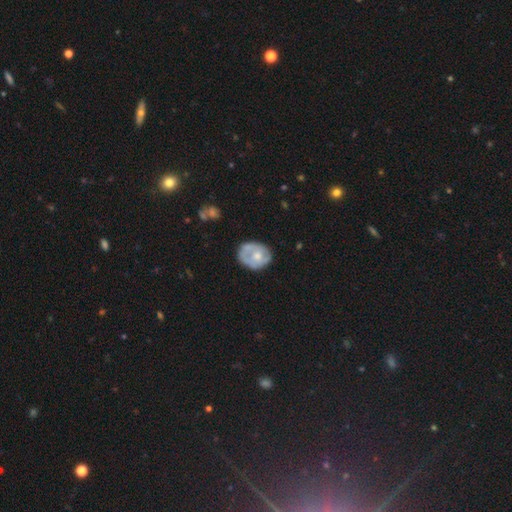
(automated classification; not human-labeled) Morphology: type=smooth (48%); merging=none (55%).